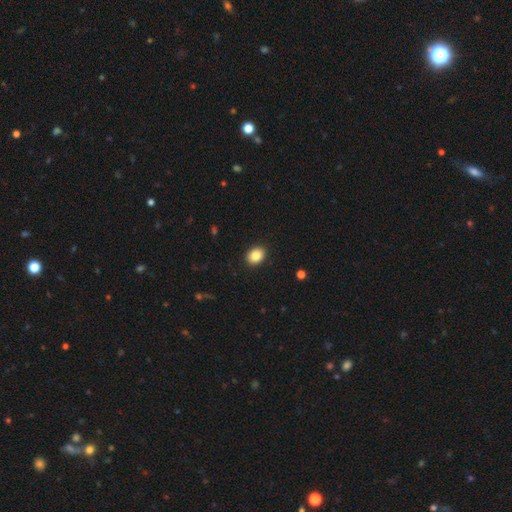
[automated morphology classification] Smooth or featured? Predicted: smooth (p=0.86). How rounded? Predicted: in between (p=0.60). Merging? Predicted: none (p=0.91).